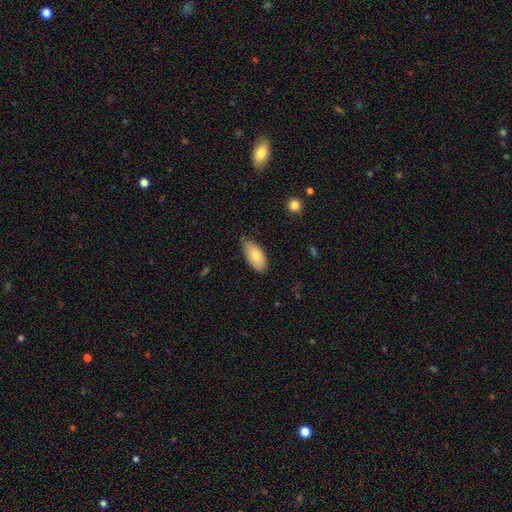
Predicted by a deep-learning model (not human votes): Overall: smooth (79%). How rounded: in between (93%). Merging: none (68%; minor disturbance 28%).